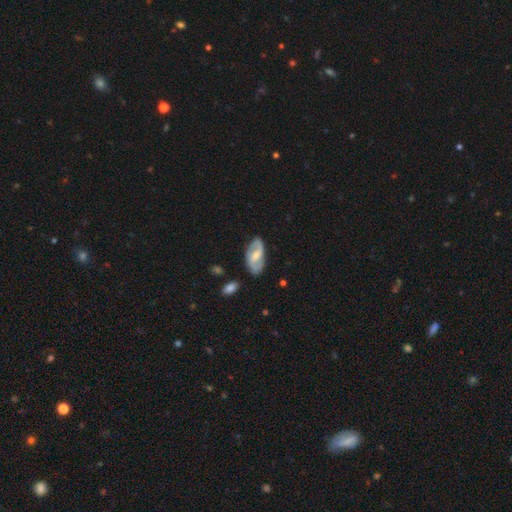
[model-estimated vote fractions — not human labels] Smooth or featured?
  - featured or disk: 67% *
  - smooth: 28%
  - star or artifact: 5%
Edge-on disk?
  - no: 94% *
  - yes: 6%
Bar?
  - weak: 52% *
  - no: 29%
  - strong: 20%
Spiral arms?
  - yes: 86% *
  - no: 14%
Spiral winding?
  - medium: 46% *
  - tight: 28%
  - loose: 26%
Spiral arm count?
  - 2: 82% *
  - can't tell: 11%
  - 1: 4%
  - 3: 1%
  - 4: 1%
  - more than 4: 1%
Bulge size?
  - moderate: 46% *
  - small: 33%
  - none: 11%
  - large: 9%
  - dominant: 1%
Merging?
  - none: 78% *
  - minor disturbance: 16%
  - major disturbance: 4%
  - merger: 2%